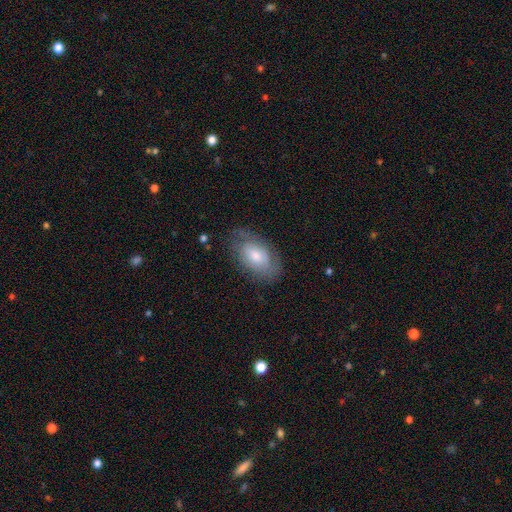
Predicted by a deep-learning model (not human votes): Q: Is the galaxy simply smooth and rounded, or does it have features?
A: featured or disk — 48%.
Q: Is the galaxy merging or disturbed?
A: none — 70%.